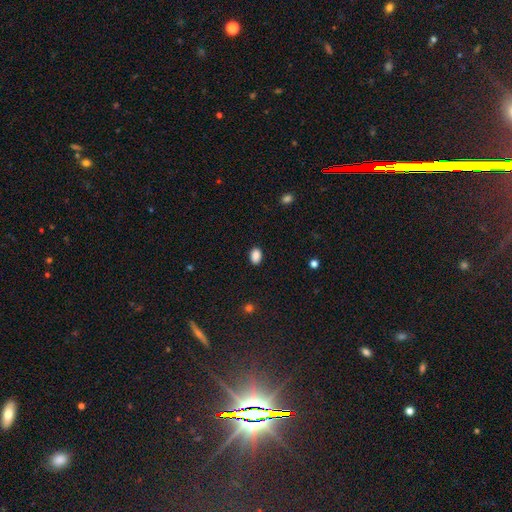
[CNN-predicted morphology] This appears to be a smooth galaxy with no disk features (88%) that is in between round and cigar-shaped (80%). Merging: none (88%).